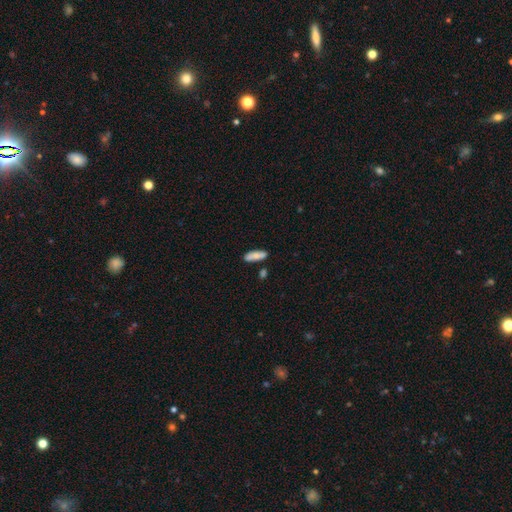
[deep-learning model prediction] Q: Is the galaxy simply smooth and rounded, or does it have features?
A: smooth — 81%.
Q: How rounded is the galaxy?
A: in between — 55%.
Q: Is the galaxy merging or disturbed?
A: none — 77%.